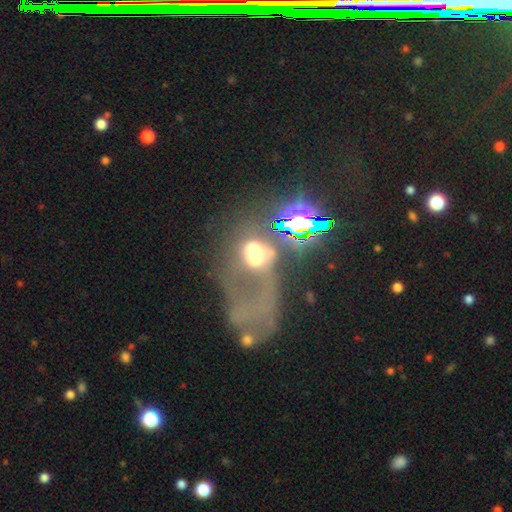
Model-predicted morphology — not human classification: This is marginally a featured or disk galaxy (39%). Merging: possibly merger (46%).